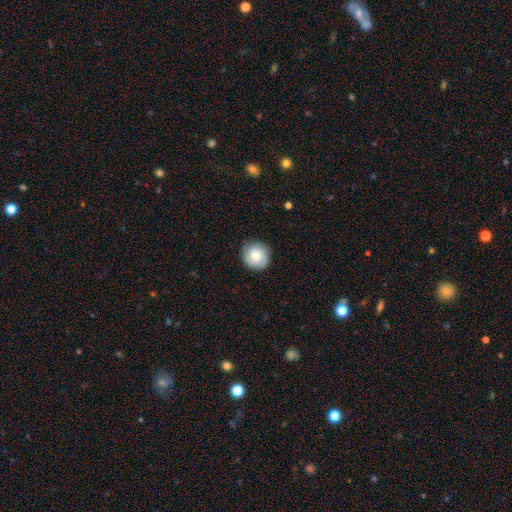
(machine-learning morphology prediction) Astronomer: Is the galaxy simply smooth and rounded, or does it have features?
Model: smooth — 59%.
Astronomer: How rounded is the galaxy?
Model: round — 91%.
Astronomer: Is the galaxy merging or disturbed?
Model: none — 84%.